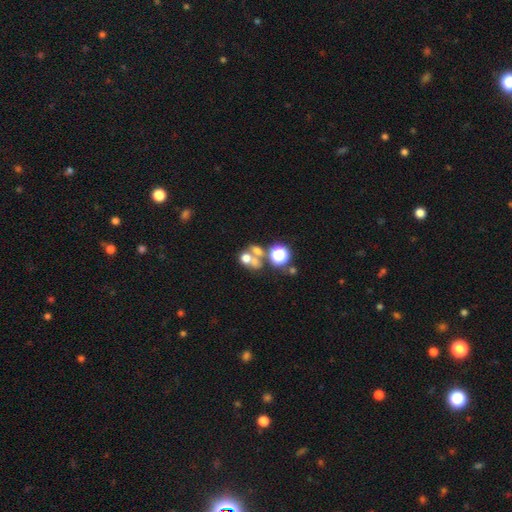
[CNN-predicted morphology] Q: Smooth or featured?
A: smooth (53%); runner-up: star or artifact (25%)
Q: How rounded?
A: round (61%); runner-up: in between (38%)
Q: Merging?
A: merger (53%); runner-up: none (32%)